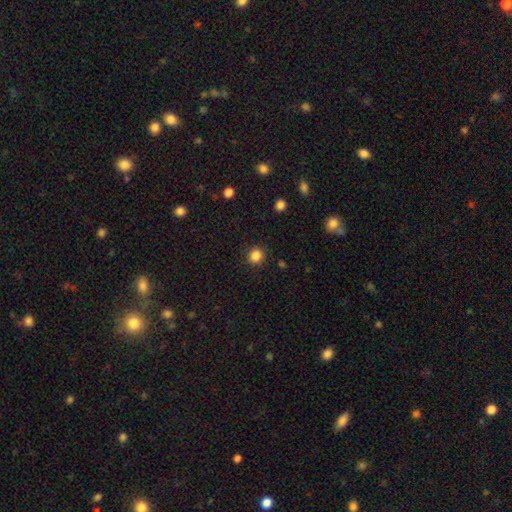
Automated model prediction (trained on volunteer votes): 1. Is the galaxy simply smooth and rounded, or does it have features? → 85% smooth, 12% star or artifact, 3% featured or disk.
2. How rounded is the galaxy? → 92% round, 7% in between, 1% cigar-shaped.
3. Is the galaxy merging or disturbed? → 91% none, 6% minor disturbance, 2% major disturbance, 1% merger.